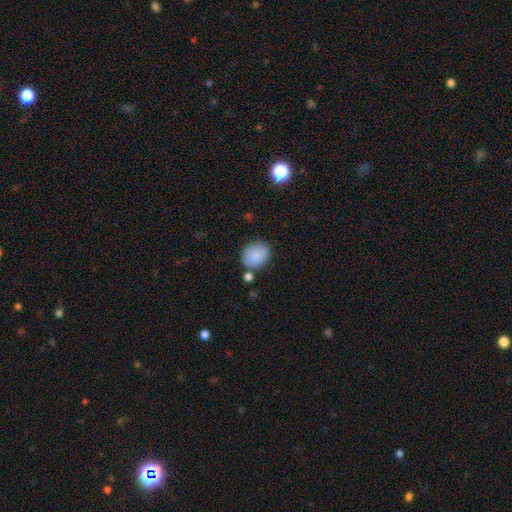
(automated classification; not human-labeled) Smooth or featured? smooth (87%)
How rounded? round (56%)
Merging? none (71%)